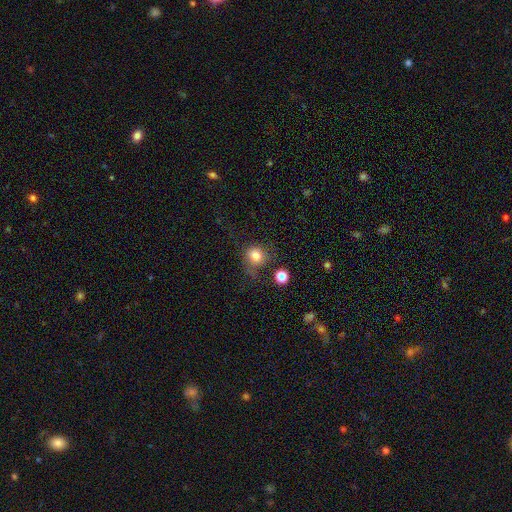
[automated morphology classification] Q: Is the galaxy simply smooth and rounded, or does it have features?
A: smooth — 79%.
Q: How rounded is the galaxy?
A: round — 82%.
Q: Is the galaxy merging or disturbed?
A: none — 60%.